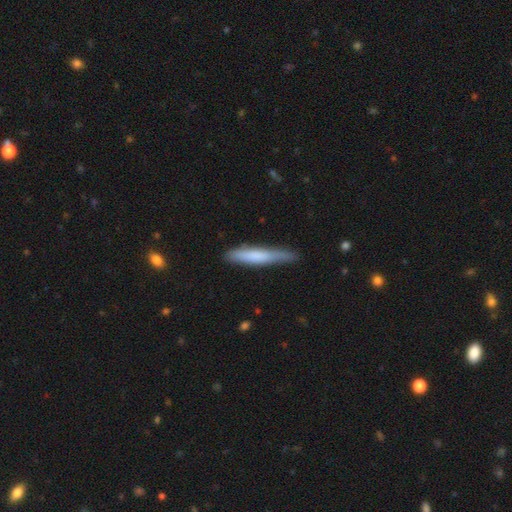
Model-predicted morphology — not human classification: Smooth or featured? smooth (66%)
How rounded? cigar-shaped (93%)
Merging? none (74%)